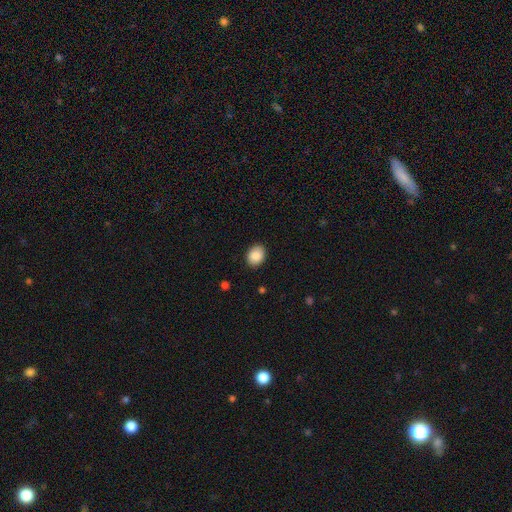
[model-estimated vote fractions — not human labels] Smooth or featured?
  - smooth: 88% *
  - star or artifact: 7%
  - featured or disk: 5%
How rounded?
  - in between: 61% *
  - round: 38%
  - cigar-shaped: 1%
Merging?
  - none: 88% *
  - minor disturbance: 9%
  - major disturbance: 2%
  - merger: 1%